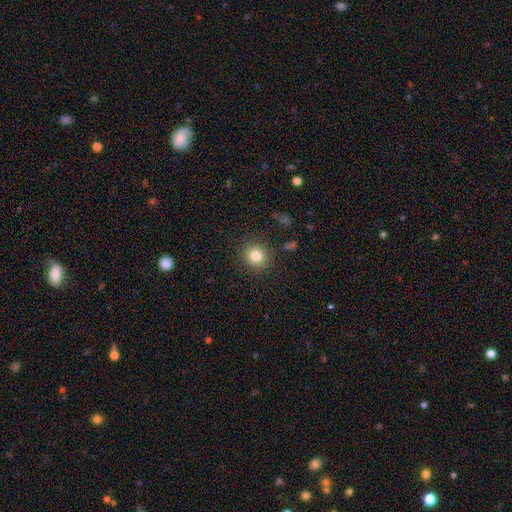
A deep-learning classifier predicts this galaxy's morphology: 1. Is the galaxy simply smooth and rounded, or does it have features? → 82% smooth, 11% star or artifact, 7% featured or disk.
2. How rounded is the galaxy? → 89% round, 10% in between, 1% cigar-shaped.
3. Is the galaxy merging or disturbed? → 89% none, 7% minor disturbance, 3% major disturbance, 1% merger.